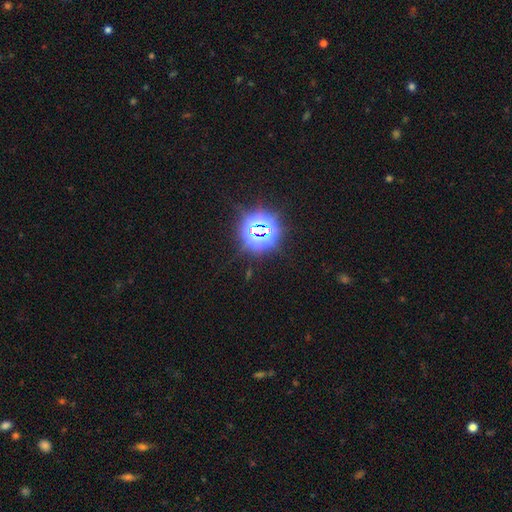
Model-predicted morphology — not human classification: This is clearly a star or artifact rather than a galaxy (84%).